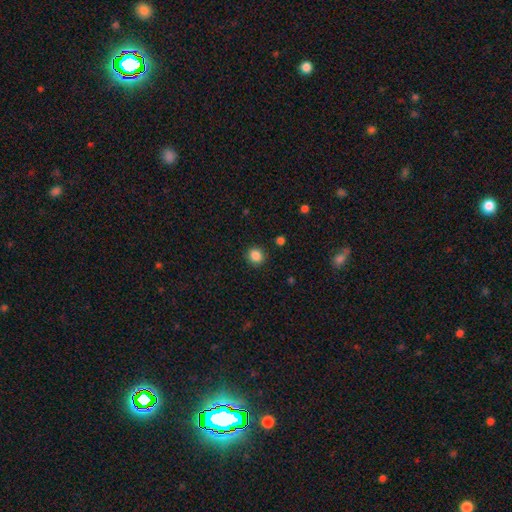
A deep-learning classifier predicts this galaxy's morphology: This is clearly a smooth galaxy (86%). How rounded: clearly round (86%). Merging: clearly none (90%).